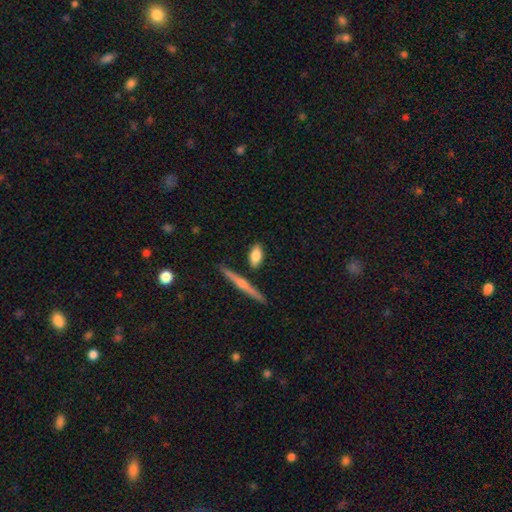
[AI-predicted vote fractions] A smooth galaxy with no disk features (77%) that is in between round and cigar-shaped (77%). Merging: none (77%).